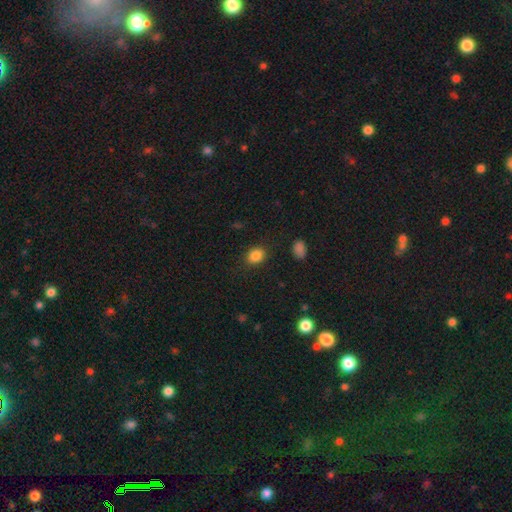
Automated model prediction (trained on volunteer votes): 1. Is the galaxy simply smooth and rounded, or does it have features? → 85% smooth, 10% star or artifact, 5% featured or disk.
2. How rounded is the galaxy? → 50% in between, 49% round, 1% cigar-shaped.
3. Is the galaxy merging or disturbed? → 86% none, 10% minor disturbance, 3% major disturbance, 2% merger.